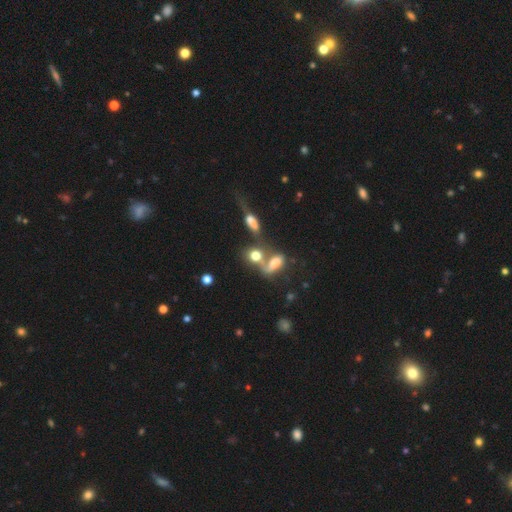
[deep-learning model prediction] smooth 66%, featured or disk 18%, star or artifact 16%. Down the decision tree: how rounded — in between (48%); merging — merger (53%).